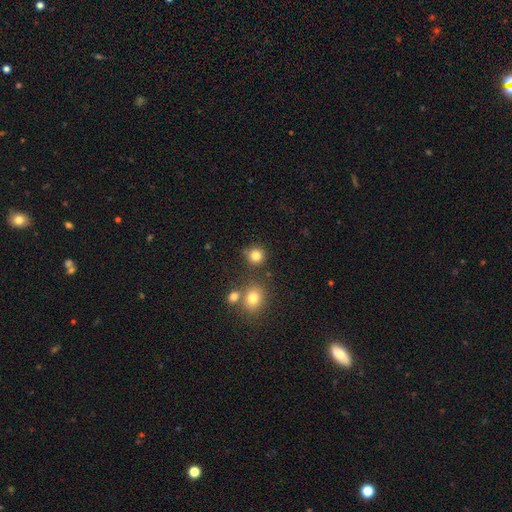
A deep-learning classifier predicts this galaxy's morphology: smooth_or_featured: smooth (p=0.81) [alt: star or artifact p=0.14]
how_rounded: round (p=0.90) [alt: in between p=0.09]
merging: none (p=0.78) [alt: minor disturbance p=0.10]